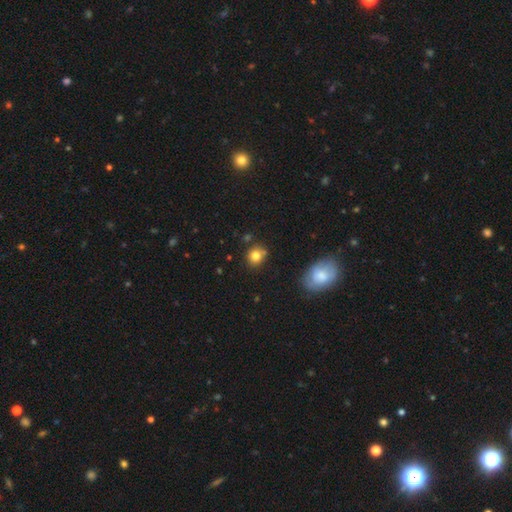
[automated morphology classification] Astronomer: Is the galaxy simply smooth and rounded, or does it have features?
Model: smooth — 81%.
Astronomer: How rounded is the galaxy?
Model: round — 76%.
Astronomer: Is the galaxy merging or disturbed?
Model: none — 72%.